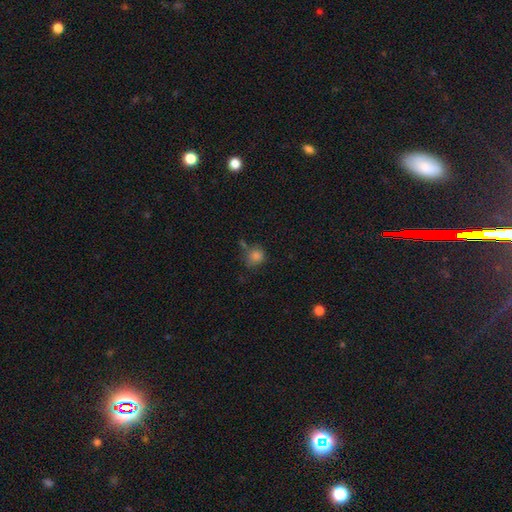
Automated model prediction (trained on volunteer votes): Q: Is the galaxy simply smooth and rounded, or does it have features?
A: smooth — 82%.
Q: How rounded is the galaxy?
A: round — 80%.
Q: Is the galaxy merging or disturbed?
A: none — 59%.